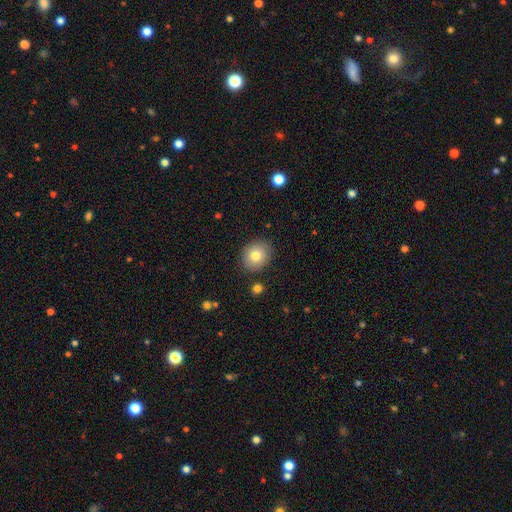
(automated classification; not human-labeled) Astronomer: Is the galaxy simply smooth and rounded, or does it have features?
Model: smooth — 78%.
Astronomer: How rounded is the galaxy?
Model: round — 65%.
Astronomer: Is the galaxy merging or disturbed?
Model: none — 86%.